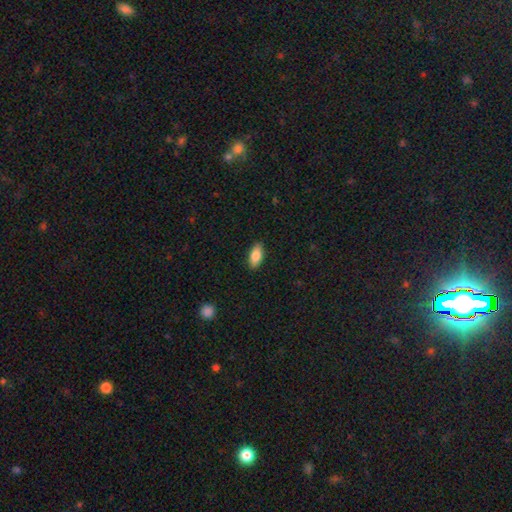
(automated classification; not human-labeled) Smooth or featured? smooth (85%)
How rounded? in between (88%)
Merging? none (89%)